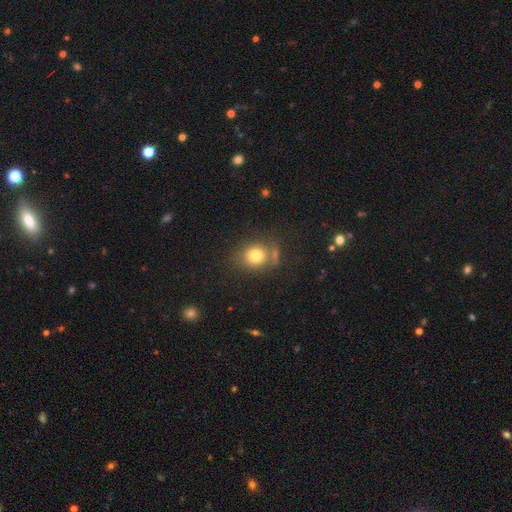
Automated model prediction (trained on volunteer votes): A smooth galaxy with no disk features (77%) that is round (70%).

Vote fractions:
- Smooth or featured? smooth: 77% / star or artifact: 13% / featured or disk: 11%
- How rounded? round: 70% / in between: 29% / cigar-shaped: 1%
- Merging? none: 65% / minor disturbance: 15% / merger: 13% / major disturbance: 7%